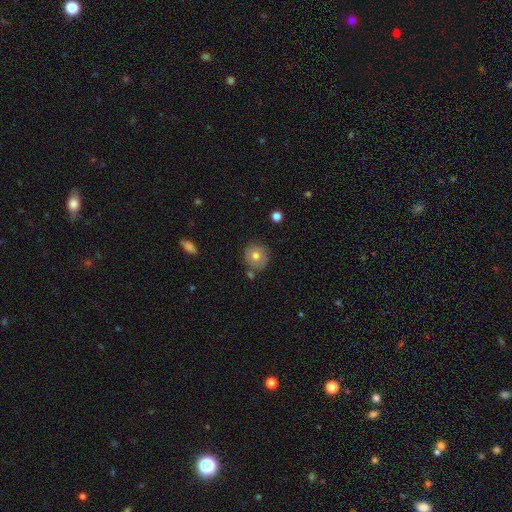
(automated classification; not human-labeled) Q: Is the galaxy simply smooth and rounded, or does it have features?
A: smooth — 71%.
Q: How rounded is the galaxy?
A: round — 91%.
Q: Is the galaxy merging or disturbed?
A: none — 77%.